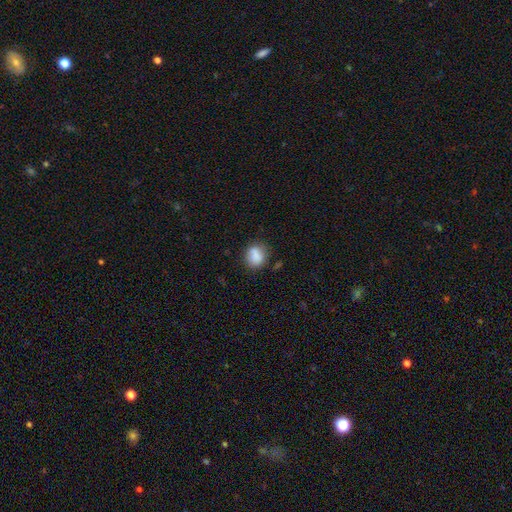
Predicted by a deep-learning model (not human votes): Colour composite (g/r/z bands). It shows a smooth galaxy with no disk features (83%) that is round (59%). Merging: none (68%).